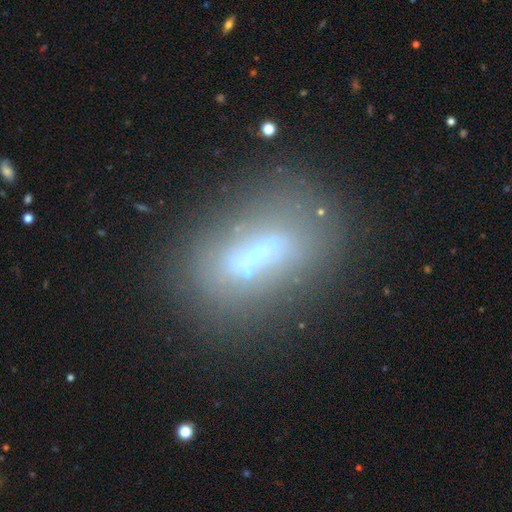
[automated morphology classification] Overall: featured or disk (43%; smooth 40%). Merging: none (63%).